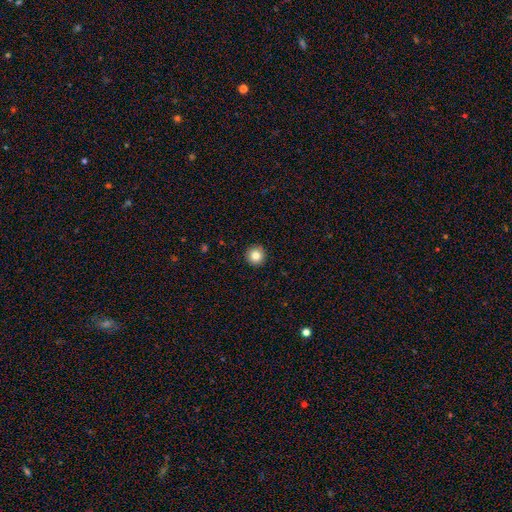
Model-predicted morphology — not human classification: Q: Smooth or featured?
A: smooth (83%); runner-up: star or artifact (10%)
Q: How rounded?
A: round (96%); runner-up: in between (3%)
Q: Merging?
A: none (93%); runner-up: minor disturbance (4%)